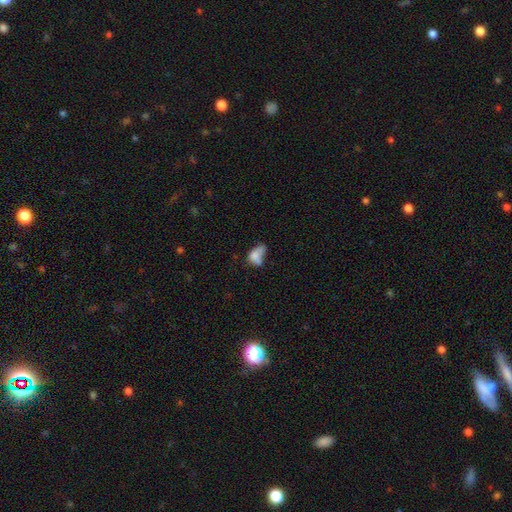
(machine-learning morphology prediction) This is likely a smooth galaxy (69%). How rounded: clearly in between (83%). Merging: marginally major disturbance (28%).